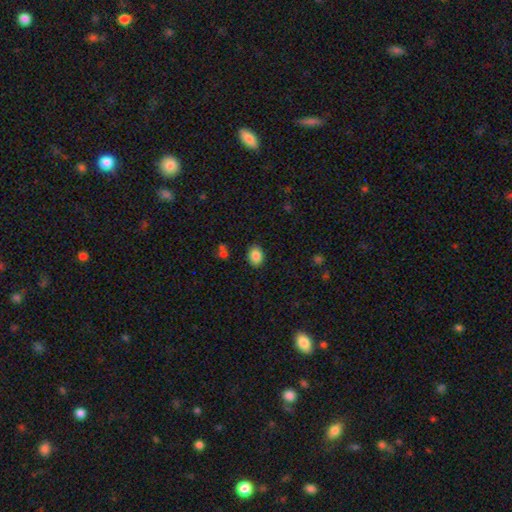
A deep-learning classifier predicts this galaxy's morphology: Overall: smooth (87%). How rounded: in between (66%; round 33%). Merging: none (87%).